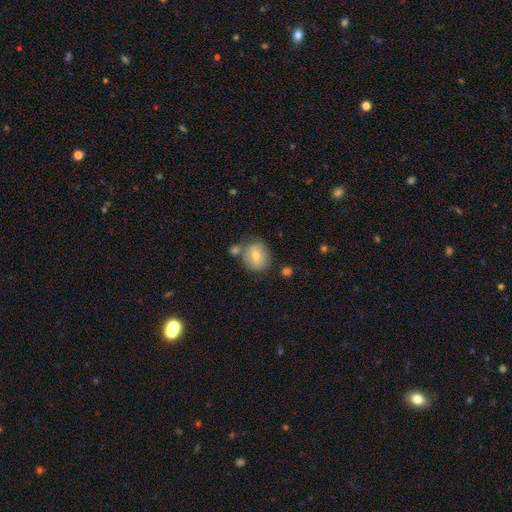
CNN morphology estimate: Q: Smooth or featured?
A: smooth (67%); runner-up: featured or disk (24%)
Q: How rounded?
A: round (79%); runner-up: in between (20%)
Q: Merging?
A: none (62%); runner-up: merger (18%)